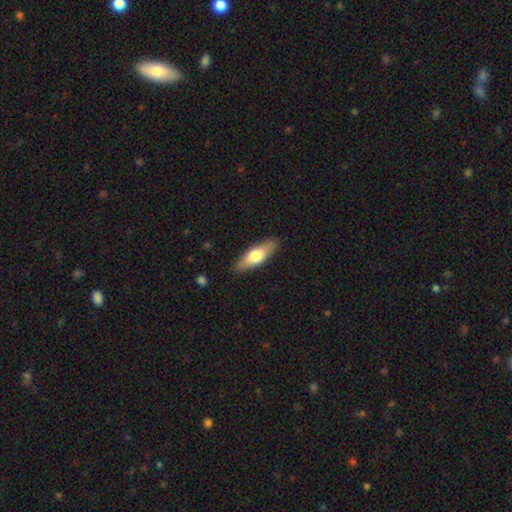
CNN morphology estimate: type=smooth (62%); roundness=in between (56%); merging=none (87%).